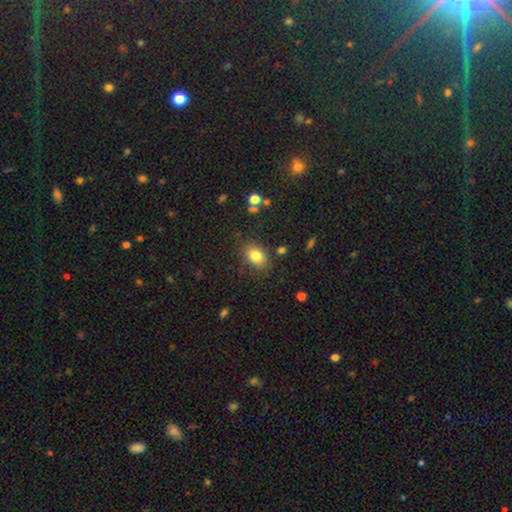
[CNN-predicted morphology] A smooth galaxy with no disk features (81%) that is in between round and cigar-shaped (75%).

Vote fractions:
- Smooth or featured? smooth: 81% / star or artifact: 10% / featured or disk: 8%
- How rounded? in between: 75% / round: 24% / cigar-shaped: 1%
- Merging? none: 81% / minor disturbance: 12% / major disturbance: 4% / merger: 3%